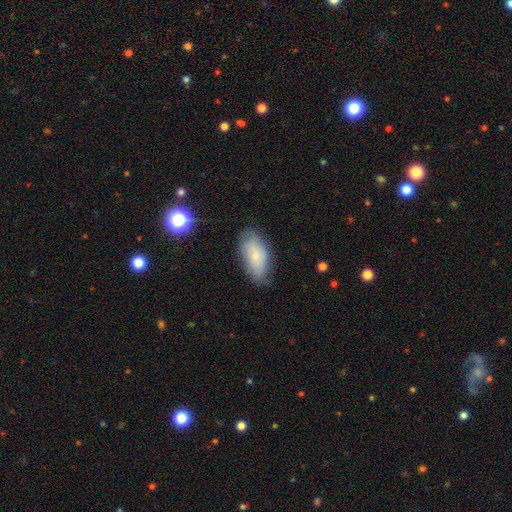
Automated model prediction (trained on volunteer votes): Smooth or featured: smooth — 62% (featured or disk — 30%)
How rounded: in between — 91% (cigar-shaped — 5%)
Merging: none — 67% (minor disturbance — 25%)